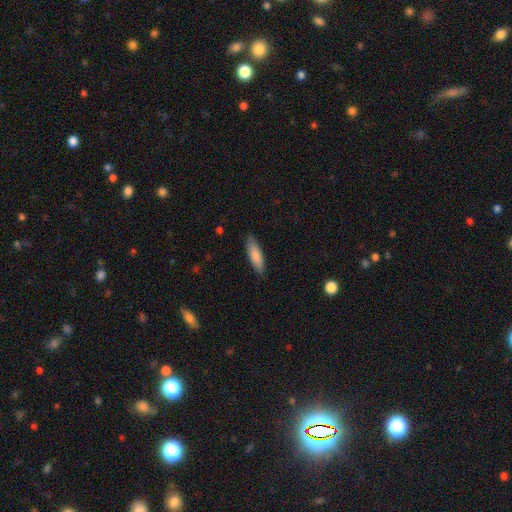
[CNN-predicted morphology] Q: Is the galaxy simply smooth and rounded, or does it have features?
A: smooth — 83%.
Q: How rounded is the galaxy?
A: cigar-shaped — 58%.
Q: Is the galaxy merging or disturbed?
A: none — 86%.